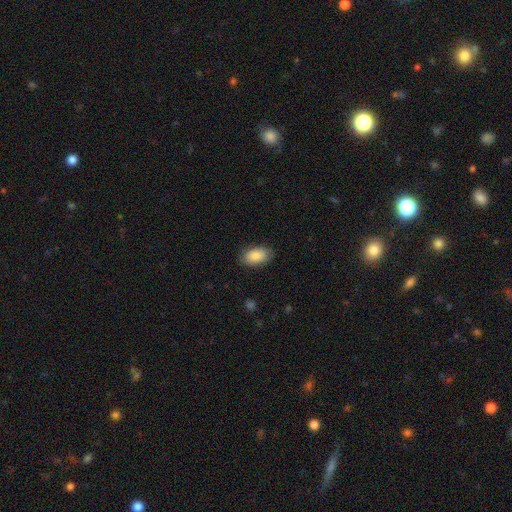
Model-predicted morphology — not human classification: type=smooth (87%); roundness=in between (94%); merging=none (84%).